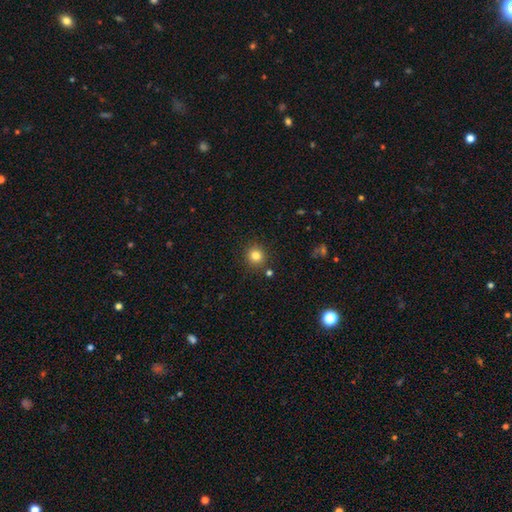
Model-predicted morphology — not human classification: smooth_or_featured: smooth (p=0.82) [alt: star or artifact p=0.12]
how_rounded: round (p=0.90) [alt: in between p=0.10]
merging: none (p=0.86) [alt: minor disturbance p=0.07]